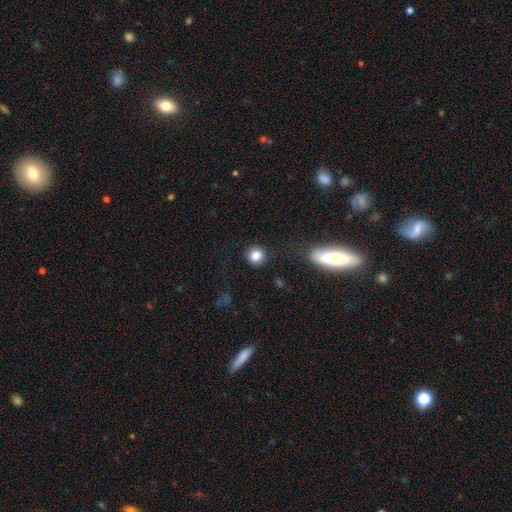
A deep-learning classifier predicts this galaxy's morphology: This is clearly a smooth galaxy (83%). How rounded: clearly round (91%). Merging: clearly none (89%).